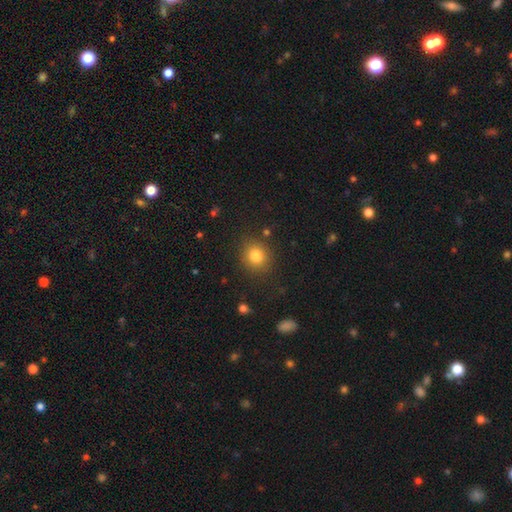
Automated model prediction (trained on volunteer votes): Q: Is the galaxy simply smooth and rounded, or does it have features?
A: smooth — 82%.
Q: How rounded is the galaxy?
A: round — 80%.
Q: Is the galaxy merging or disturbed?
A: none — 86%.